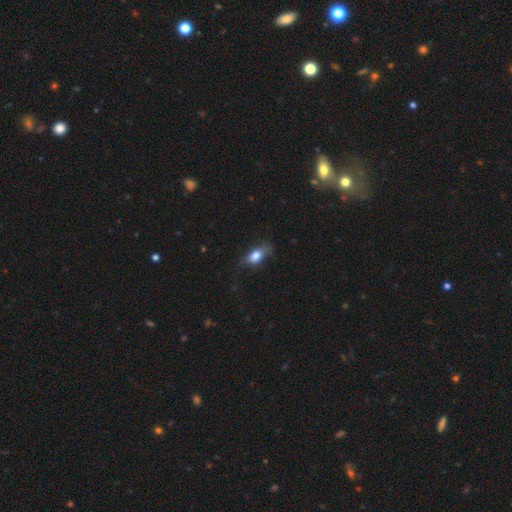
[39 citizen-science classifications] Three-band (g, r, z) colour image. It shows a smooth galaxy with no disk features (87%) that is in between round and cigar-shaped (74%). Merging: none (62%).